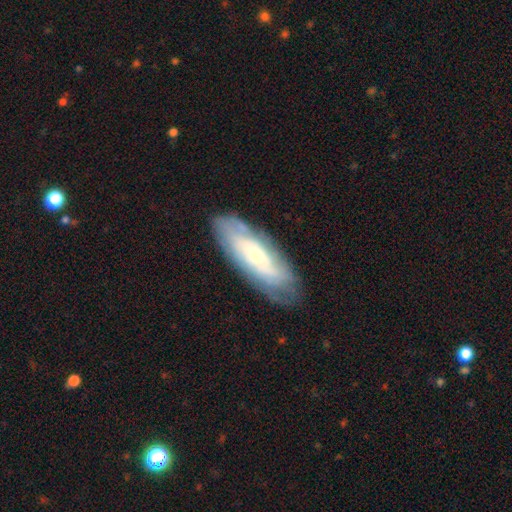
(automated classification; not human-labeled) Smooth or featured? featured or disk (57%)
Edge-on disk? no (79%)
Merging? none (78%)